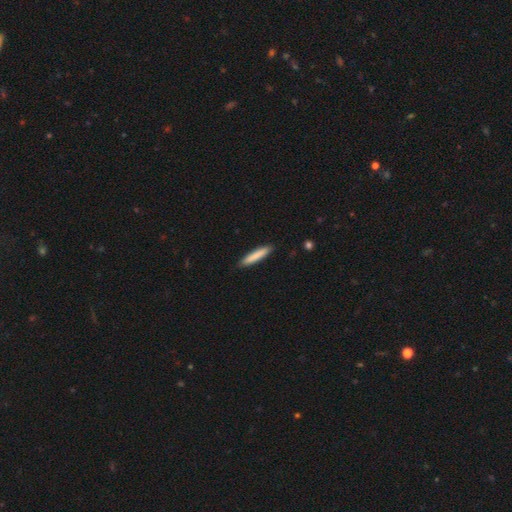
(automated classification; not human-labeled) Smooth or featured? Predicted: smooth (p=0.83). How rounded? Predicted: cigar-shaped (p=0.91). Merging? Predicted: none (p=0.90).